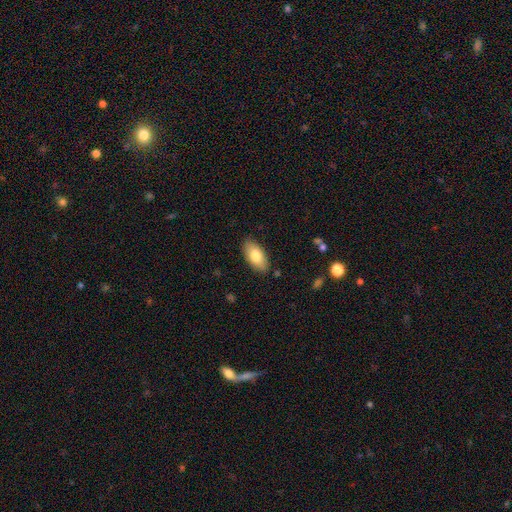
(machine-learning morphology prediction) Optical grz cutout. It shows a smooth galaxy with no disk features (79%) that is in between round and cigar-shaped (92%). Merging: none (86%).